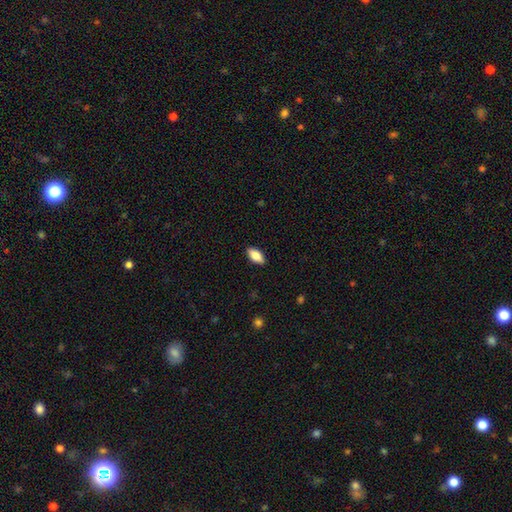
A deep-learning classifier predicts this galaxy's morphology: smooth_or_featured: smooth (p=0.81) [alt: featured or disk p=0.12]
how_rounded: in between (p=0.87) [alt: cigar-shaped p=0.11]
merging: none (p=0.88) [alt: minor disturbance p=0.09]